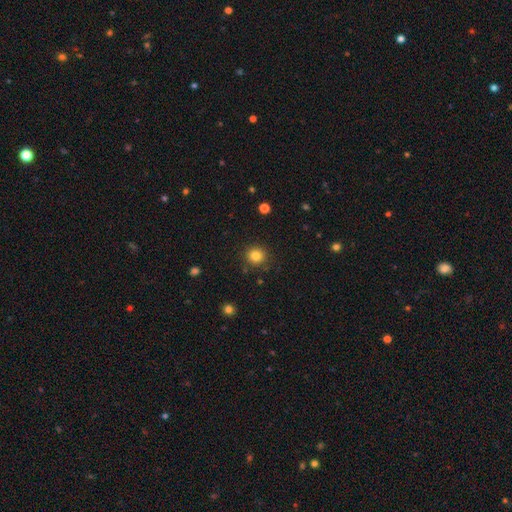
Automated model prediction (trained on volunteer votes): Smooth or featured? smooth (83%)
How rounded? round (91%)
Merging? none (89%)